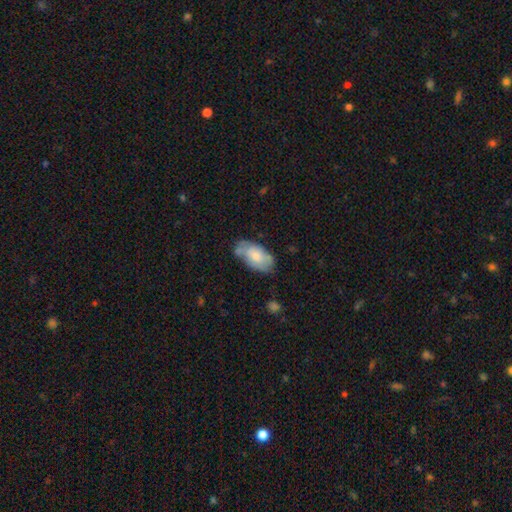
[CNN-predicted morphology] This appears to be a smooth galaxy with no disk features (61%) that is in between round and cigar-shaped (94%). Merging: none (55%).